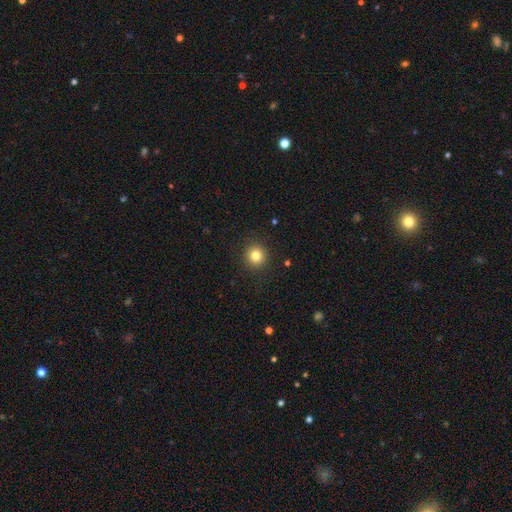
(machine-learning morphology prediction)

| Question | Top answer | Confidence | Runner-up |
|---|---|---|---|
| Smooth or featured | smooth | 81% | star or artifact (12%) |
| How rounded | round | 93% | in between (6%) |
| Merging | none | 92% | minor disturbance (5%) |